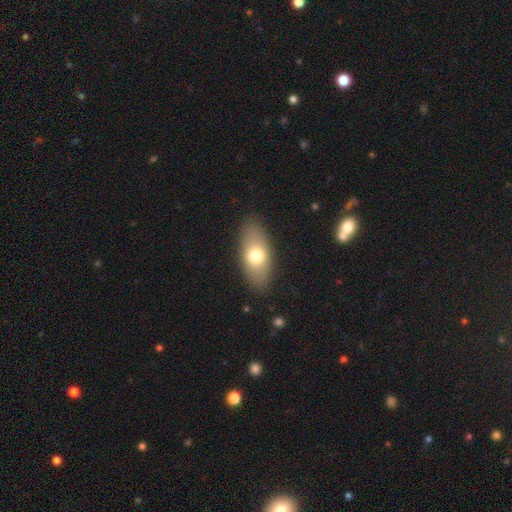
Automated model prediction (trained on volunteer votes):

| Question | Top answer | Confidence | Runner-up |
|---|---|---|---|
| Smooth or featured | smooth | 70% | featured or disk (23%) |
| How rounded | in between | 84% | cigar-shaped (11%) |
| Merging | none | 86% | minor disturbance (9%) |